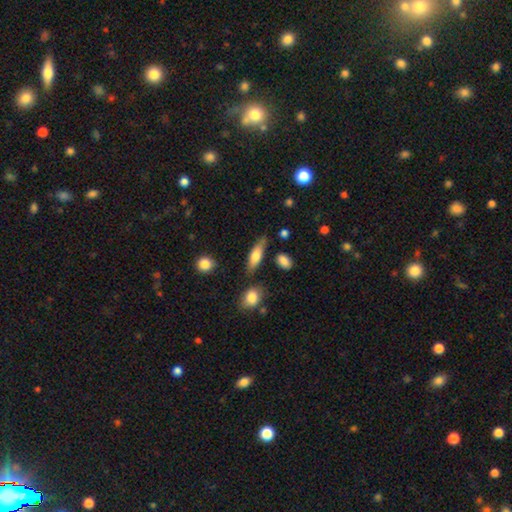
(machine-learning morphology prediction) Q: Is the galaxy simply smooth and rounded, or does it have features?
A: smooth — 67%.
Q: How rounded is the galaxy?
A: in between — 54%.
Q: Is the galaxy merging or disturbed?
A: none — 70%.